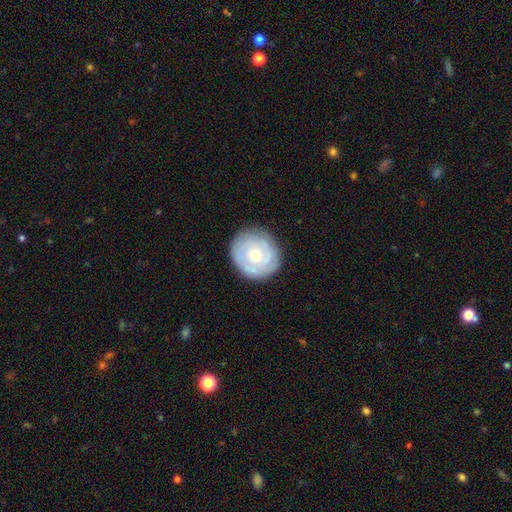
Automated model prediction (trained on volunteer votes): Q: Smooth or featured?
A: featured or disk (65%); runner-up: smooth (29%)
Q: Edge-on disk?
A: no (97%); runner-up: yes (3%)
Q: Bar?
A: no (78%); runner-up: weak (19%)
Q: Spiral arms?
A: yes (80%); runner-up: no (20%)
Q: Spiral winding?
A: tight (74%); runner-up: medium (20%)
Q: Spiral arm count?
A: can't tell (41%); runner-up: 2 (29%)
Q: Bulge size?
A: small (48%); runner-up: moderate (47%)
Q: Merging?
A: none (83%); runner-up: minor disturbance (12%)